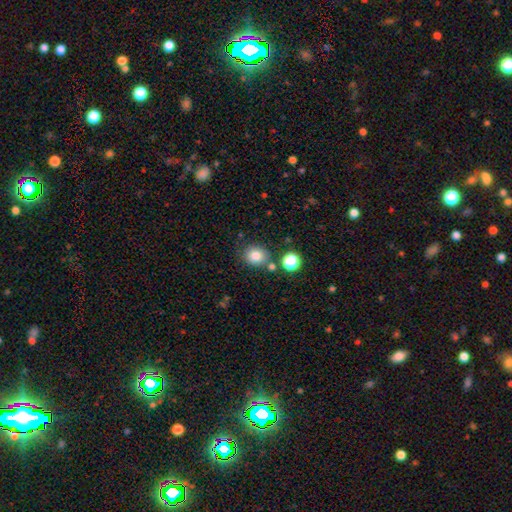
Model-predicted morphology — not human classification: Smooth or featured?
  - smooth: 81% *
  - star or artifact: 12%
  - featured or disk: 7%
How rounded?
  - round: 77% *
  - in between: 22%
  - cigar-shaped: 1%
Merging?
  - none: 78% *
  - minor disturbance: 11%
  - merger: 9%
  - major disturbance: 3%